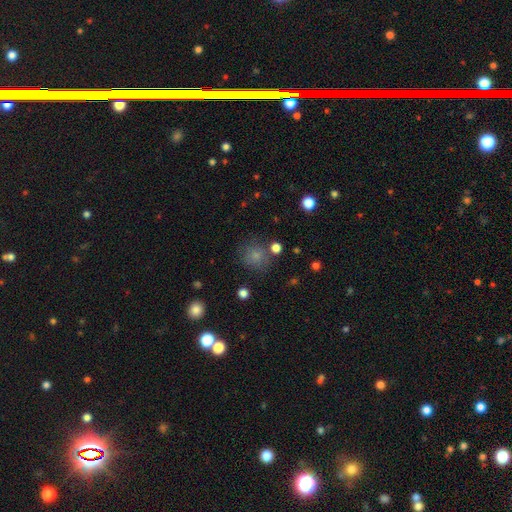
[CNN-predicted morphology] The model was most divided on "merging": none: 72%, minor disturbance: 15%, major disturbance: 7%, merger: 6%. More confident: how rounded — round (86%); smooth or featured — smooth (78%).